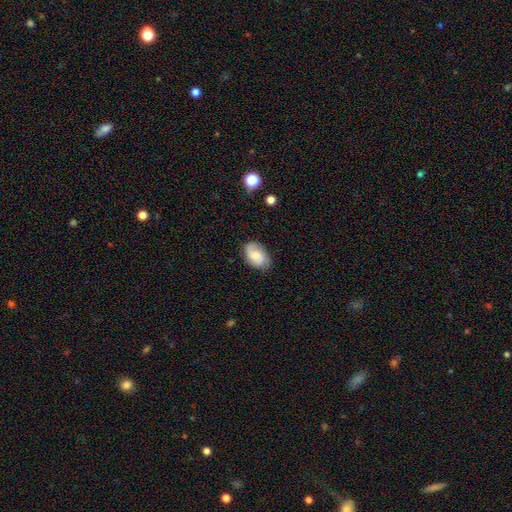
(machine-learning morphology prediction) Smooth or featured? Predicted: featured or disk (p=0.49). Merging? Predicted: none (p=0.77).